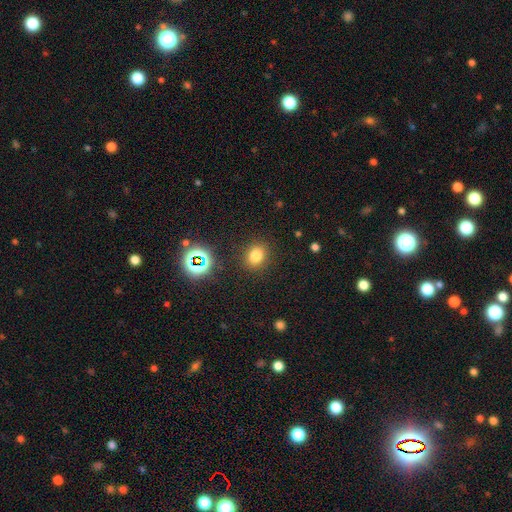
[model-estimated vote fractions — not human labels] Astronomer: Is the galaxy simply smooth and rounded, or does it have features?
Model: smooth — 76%.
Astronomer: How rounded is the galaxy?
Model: round — 57% (runner-up: in between, 42%).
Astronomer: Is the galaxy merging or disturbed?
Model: none — 87%.